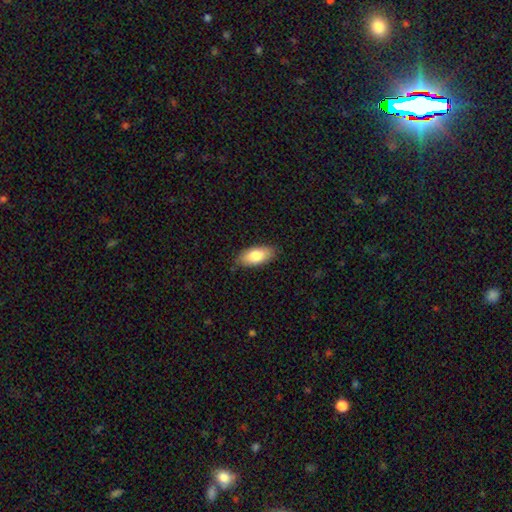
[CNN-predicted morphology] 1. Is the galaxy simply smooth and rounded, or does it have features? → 80% smooth, 13% featured or disk, 6% star or artifact.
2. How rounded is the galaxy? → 89% in between, 9% cigar-shaped, 2% round.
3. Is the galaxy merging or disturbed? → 82% none, 15% minor disturbance, 2% major disturbance, 1% merger.